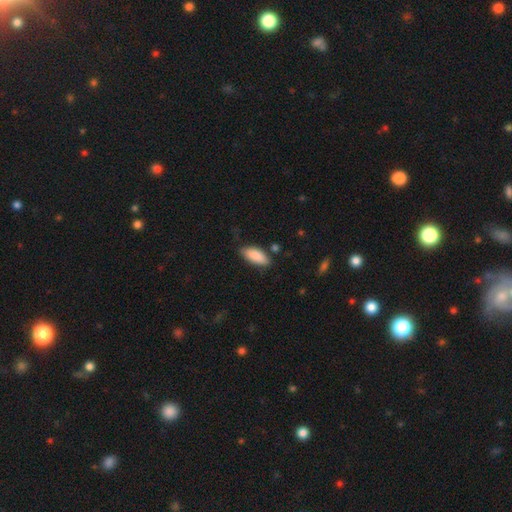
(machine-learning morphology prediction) Smooth or featured?
  - smooth: 89% *
  - star or artifact: 6%
  - featured or disk: 5%
How rounded?
  - in between: 84% *
  - cigar-shaped: 14%
  - round: 2%
Merging?
  - none: 75% *
  - minor disturbance: 19%
  - major disturbance: 4%
  - merger: 3%